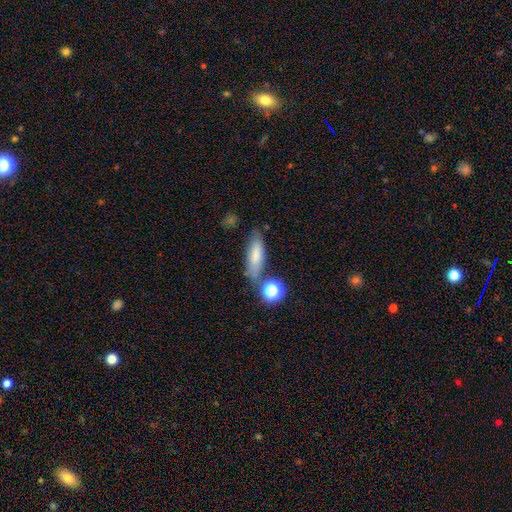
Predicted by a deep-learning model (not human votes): Smooth or featured?
  - smooth: 76% *
  - featured or disk: 15%
  - star or artifact: 9%
How rounded?
  - in between: 52% *
  - cigar-shaped: 43%
  - round: 4%
Merging?
  - none: 65% *
  - minor disturbance: 18%
  - merger: 12%
  - major disturbance: 6%